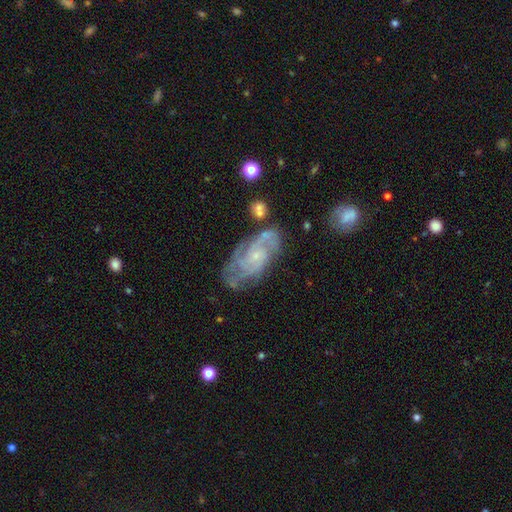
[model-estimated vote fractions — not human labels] A featured or disk galaxy (83%) with no bar (69%), 2 (28%) tight (51%) spiral arms (95%) and a small central bulge (73%).

Vote fractions:
- Smooth or featured? featured or disk: 83% / smooth: 10% / star or artifact: 7%
- Edge-on disk? no: 96% / yes: 4%
- Bar? no: 69% / weak: 26% / strong: 4%
- Spiral arms? yes: 95% / no: 5%
- Spiral winding? tight: 51% / medium: 39% / loose: 11%
- Spiral arm count? 2: 28% / can't tell: 27% / 3: 25% / 4: 10% / 1: 5% / more than 4: 5%
- Bulge size? small: 73% / moderate: 17% / none: 7% / large: 1% / dominant: 1%
- Merging? none: 61% / minor disturbance: 22% / major disturbance: 11% / merger: 6%